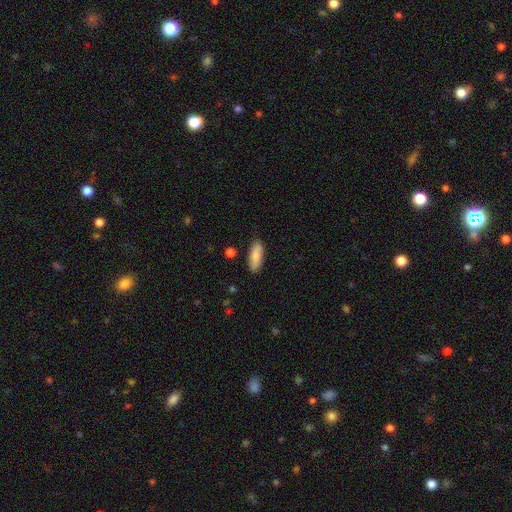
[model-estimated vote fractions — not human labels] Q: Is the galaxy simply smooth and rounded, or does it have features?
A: smooth — 83%.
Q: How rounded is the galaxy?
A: in between — 65%.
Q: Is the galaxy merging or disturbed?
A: none — 85%.